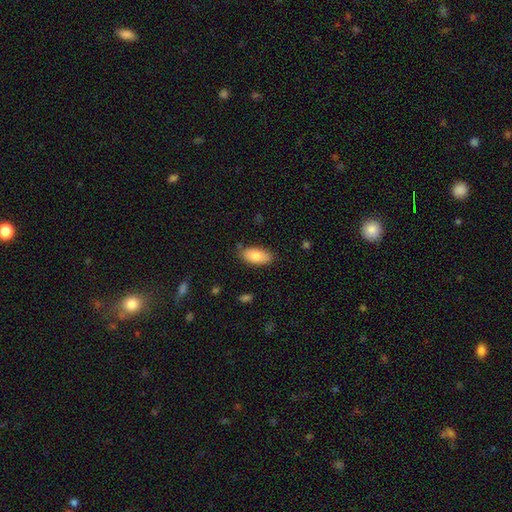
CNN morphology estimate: smooth 82%, featured or disk 11%, star or artifact 7%. Down the decision tree: how rounded — in between (92%); merging — none (77%).